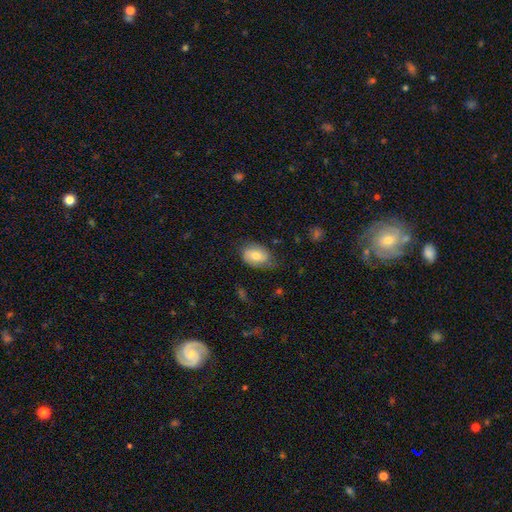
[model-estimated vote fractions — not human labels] This is likely a smooth galaxy (65%). How rounded: likely in between (78%). Merging: likely none (60%).